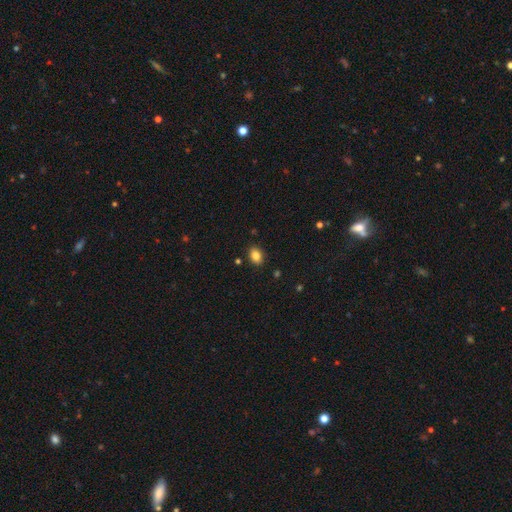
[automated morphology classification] This is clearly a smooth galaxy (84%). How rounded: likely in between (74%). Merging: clearly none (88%).